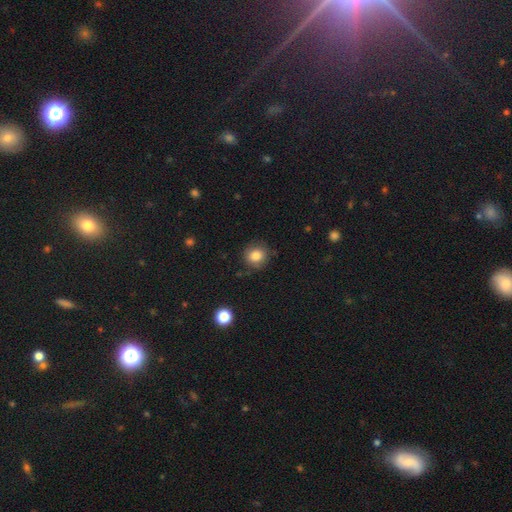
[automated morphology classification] The model was most divided on "how rounded": round: 82%, in between: 17%, cigar-shaped: 1%. More confident: smooth or featured — smooth (83%); merging — none (82%).